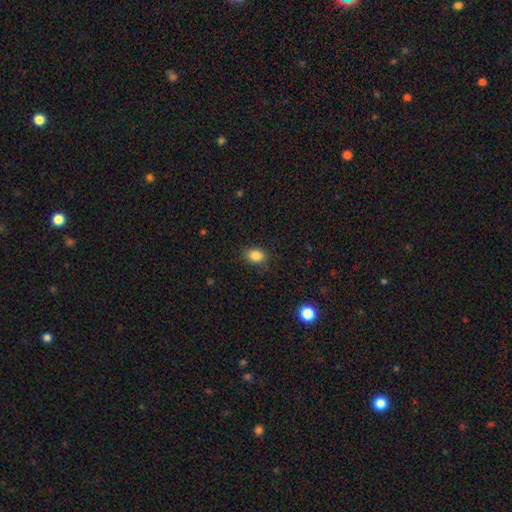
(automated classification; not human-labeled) Smooth or featured? smooth (86%)
How rounded? in between (66%)
Merging? none (83%)